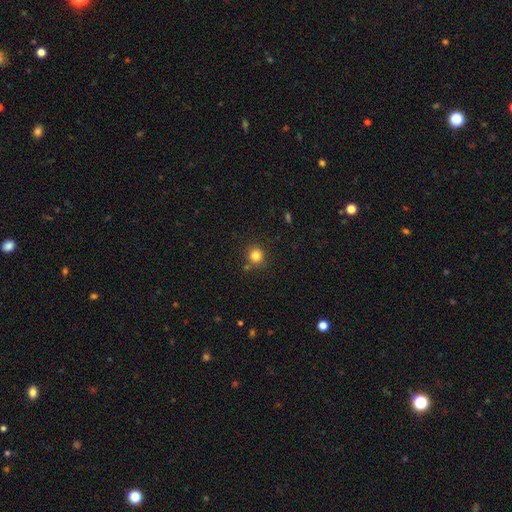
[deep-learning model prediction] smooth-or-featured: smooth: 82% | star or artifact: 12% | featured or disk: 6%
  how-rounded: round: 92% | in between: 7% | cigar-shaped: 1%
  merging: none: 83% | minor disturbance: 8% | merger: 6% | major disturbance: 3%